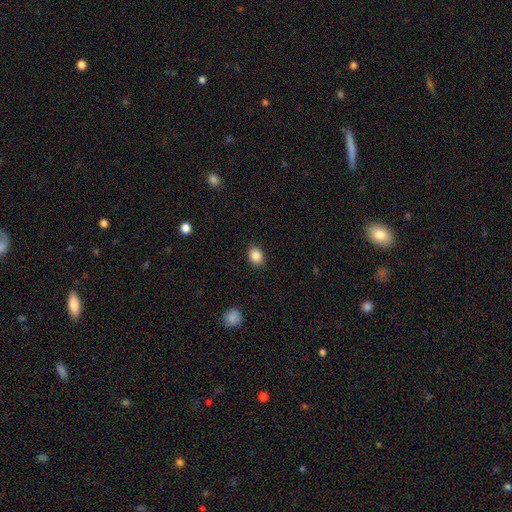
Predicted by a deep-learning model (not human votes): A smooth galaxy with no disk features (87%) that is in between round and cigar-shaped (50%). Merging: none (88%).